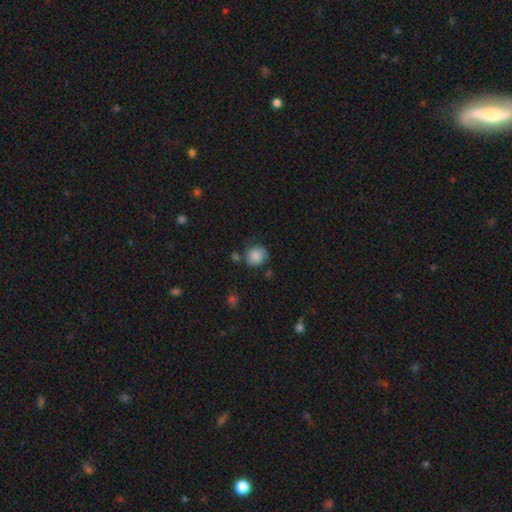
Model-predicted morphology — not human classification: This appears to be a smooth galaxy with no disk features (86%) that is round (78%). Merging: none (71%).